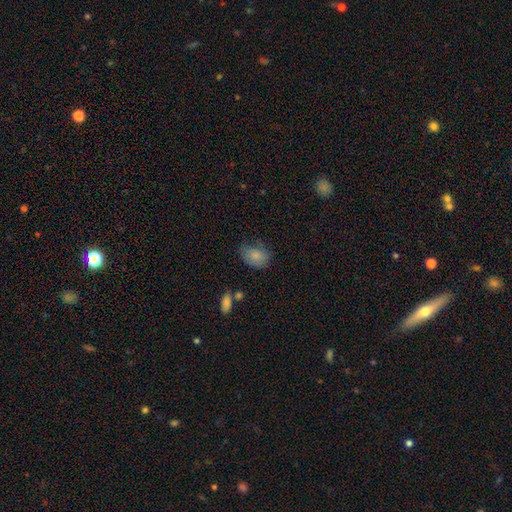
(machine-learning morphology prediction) This is clearly a smooth galaxy (81%). How rounded: likely in between (72%). Merging: possibly none (55%).